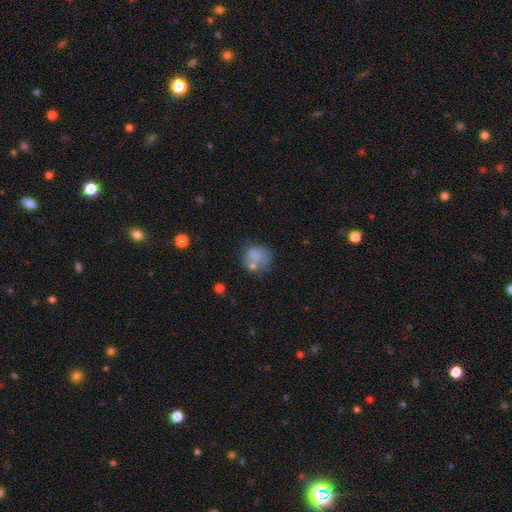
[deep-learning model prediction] Smooth or featured?
  - smooth: 61% *
  - featured or disk: 29%
  - star or artifact: 10%
How rounded?
  - round: 68% *
  - in between: 31%
  - cigar-shaped: 1%
Merging?
  - none: 41% *
  - minor disturbance: 23%
  - merger: 18%
  - major disturbance: 18%